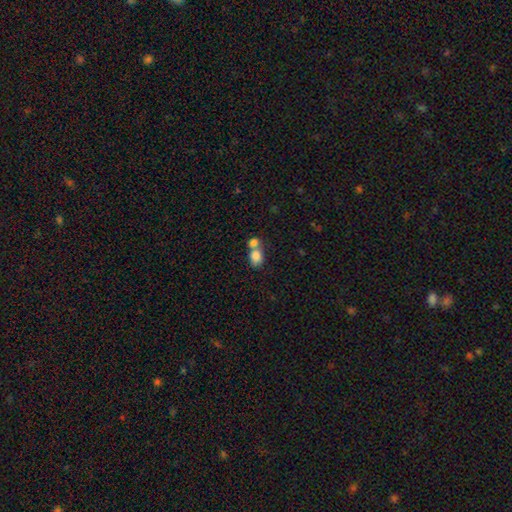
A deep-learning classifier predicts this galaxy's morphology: type=smooth (84%); roundness=in between (54%); merging=merger (54%).